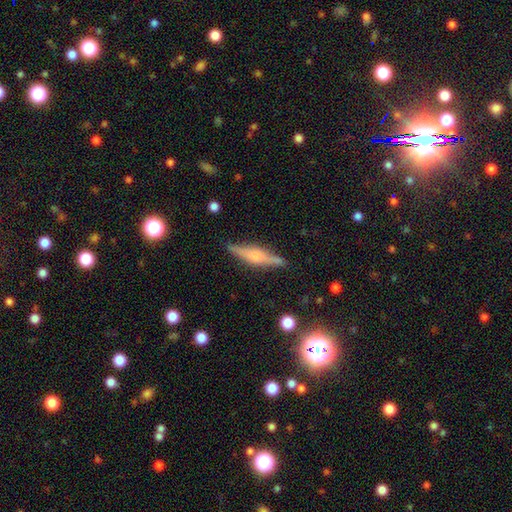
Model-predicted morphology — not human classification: Smooth or featured?
  - featured or disk: 63% *
  - smooth: 30%
  - star or artifact: 7%
Edge-on disk?
  - yes: 96% *
  - no: 4%
Edge-on bulge?
  - rounded: 67% *
  - boxy: 26%
  - none: 7%
Merging?
  - none: 85% *
  - minor disturbance: 11%
  - major disturbance: 2%
  - merger: 2%